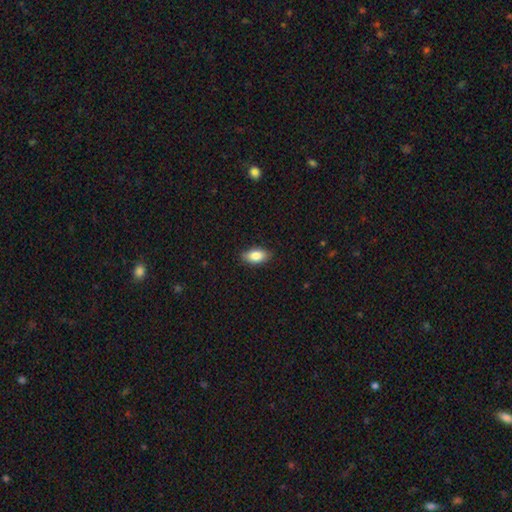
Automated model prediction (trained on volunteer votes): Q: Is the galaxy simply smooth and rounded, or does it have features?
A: smooth — 85%.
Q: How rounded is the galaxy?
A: in between — 92%.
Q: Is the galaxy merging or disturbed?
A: none — 86%.